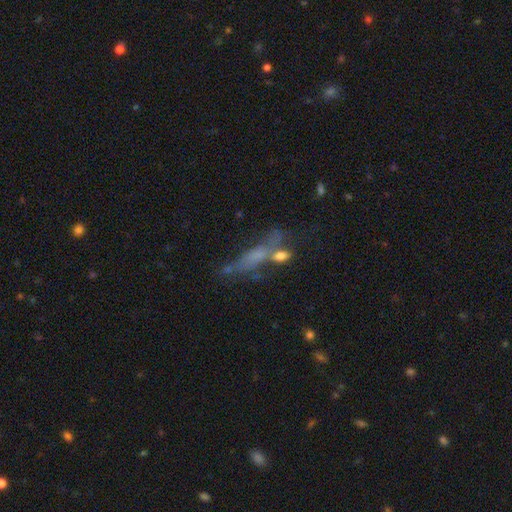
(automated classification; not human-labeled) This appears to be a featured or disk galaxy (41%). Merging: none (39%).